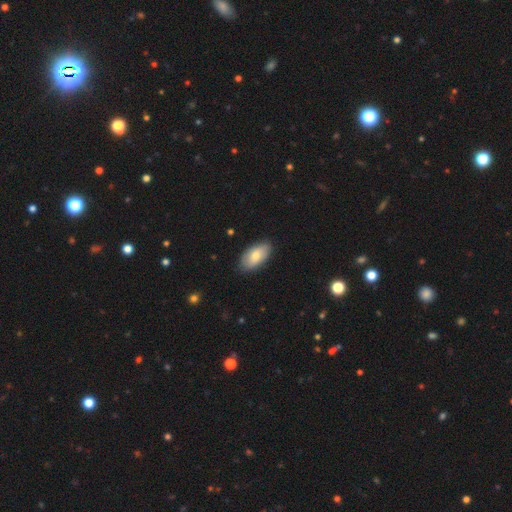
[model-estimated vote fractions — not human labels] smooth_or_featured: smooth (p=0.71) [alt: featured or disk p=0.23]
how_rounded: in between (p=0.94) [alt: cigar-shaped p=0.03]
merging: none (p=0.84) [alt: minor disturbance p=0.13]